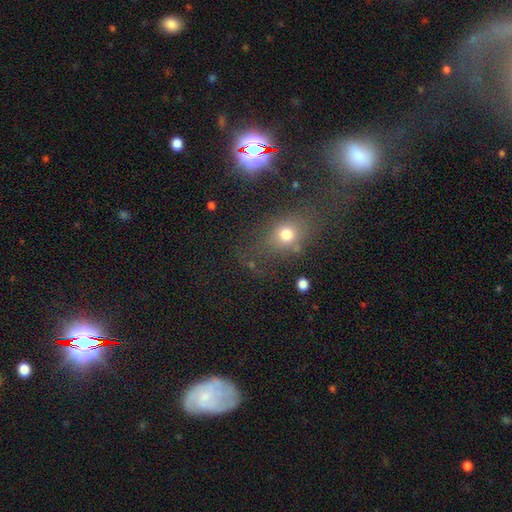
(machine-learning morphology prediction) Overall: smooth (43%; star or artifact 37%). Merging: none (65%).